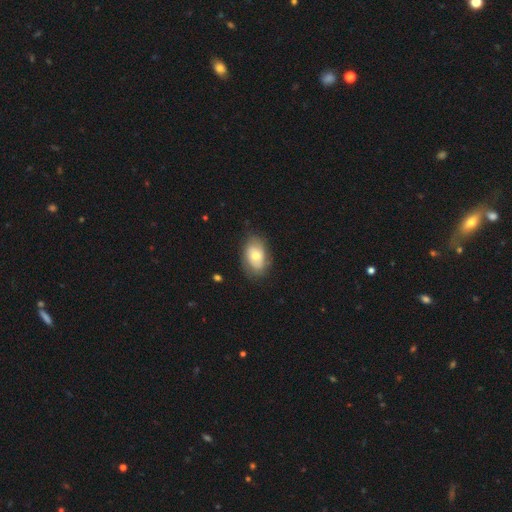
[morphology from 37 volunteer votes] Q: Smooth or featured?
A: smooth (65%); runner-up: featured or disk (32%)
Q: How rounded?
A: in between (79%); runner-up: round (17%)
Q: Merging?
A: none (69%); runner-up: minor disturbance (22%)